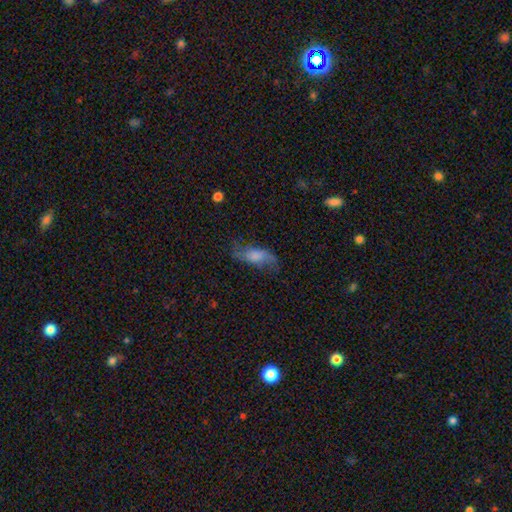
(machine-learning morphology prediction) Smooth or featured: smooth — 57% (featured or disk — 33%)
How rounded: in between — 77% (cigar-shaped — 19%)
Merging: none — 50% (minor disturbance — 28%)